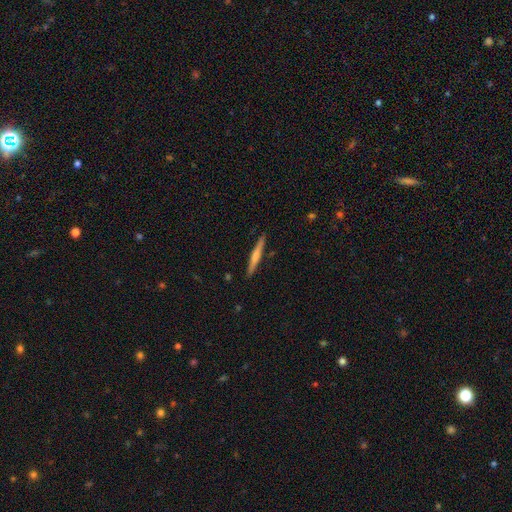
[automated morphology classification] A smooth galaxy with no disk features (49%).

Vote fractions:
- Smooth or featured? smooth: 49% / featured or disk: 46% / star or artifact: 5%
- Merging? none: 90% / minor disturbance: 7% / major disturbance: 1% / merger: 1%